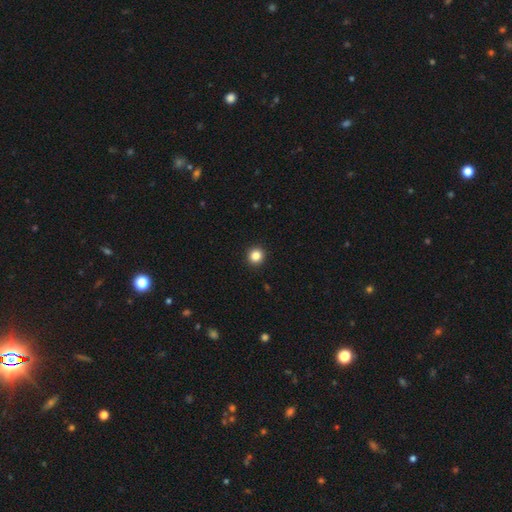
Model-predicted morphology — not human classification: This is clearly a smooth galaxy (84%). How rounded: clearly round (94%). Merging: clearly none (94%).